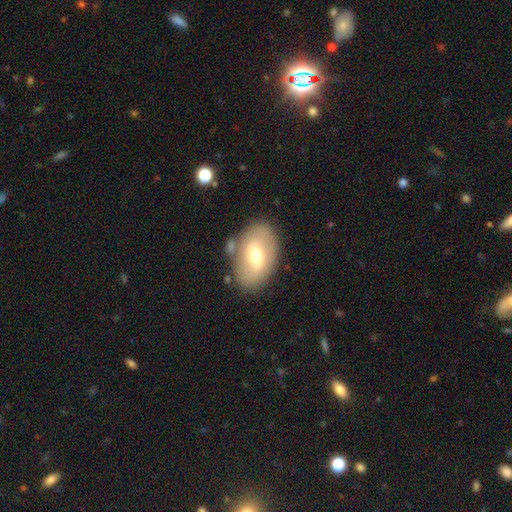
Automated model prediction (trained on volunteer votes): Morphology: type=smooth (48%); merging=none (75%).